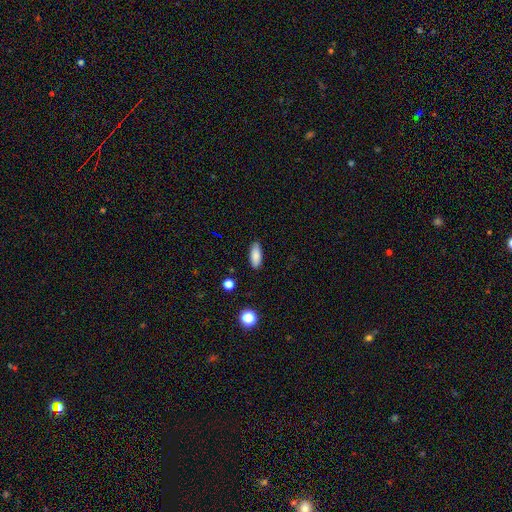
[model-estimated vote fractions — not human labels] Smooth or featured? Predicted: smooth (p=0.86). How rounded? Predicted: in between (p=0.78). Merging? Predicted: none (p=0.87).